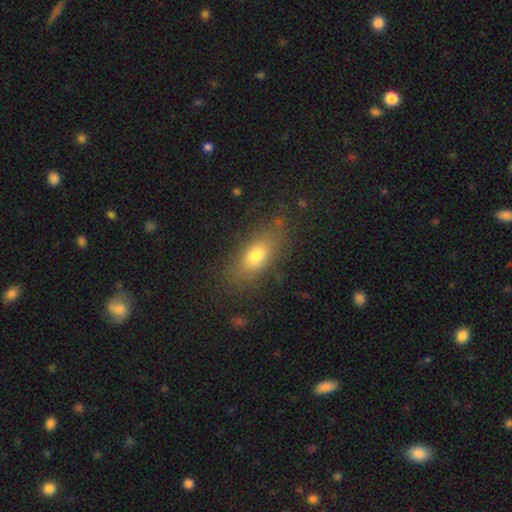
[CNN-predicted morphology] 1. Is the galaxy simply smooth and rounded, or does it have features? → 74% smooth, 16% featured or disk, 10% star or artifact.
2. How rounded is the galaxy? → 77% in between, 15% cigar-shaped, 8% round.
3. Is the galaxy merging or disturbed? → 80% none, 14% minor disturbance, 5% major disturbance, 2% merger.